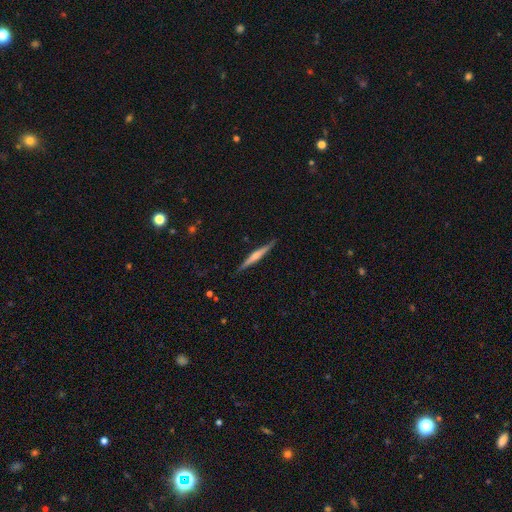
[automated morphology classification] This appears to be a featured or disk galaxy (61%) viewed edge-on (98%) with a rounded central bulge (56%). Merging: none (88%).